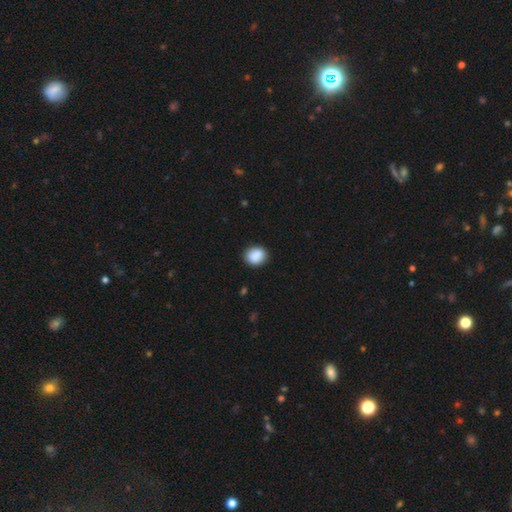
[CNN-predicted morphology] This is clearly a smooth galaxy (89%). How rounded: likely round (67%). Merging: clearly none (87%).